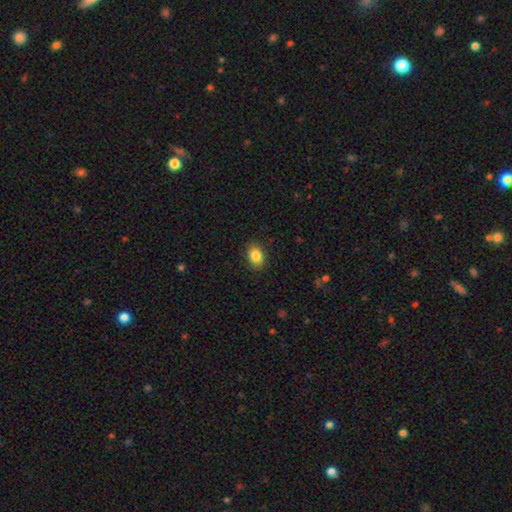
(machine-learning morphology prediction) Q: Smooth or featured?
A: smooth (86%); runner-up: star or artifact (9%)
Q: How rounded?
A: in between (70%); runner-up: round (29%)
Q: Merging?
A: none (88%); runner-up: minor disturbance (9%)